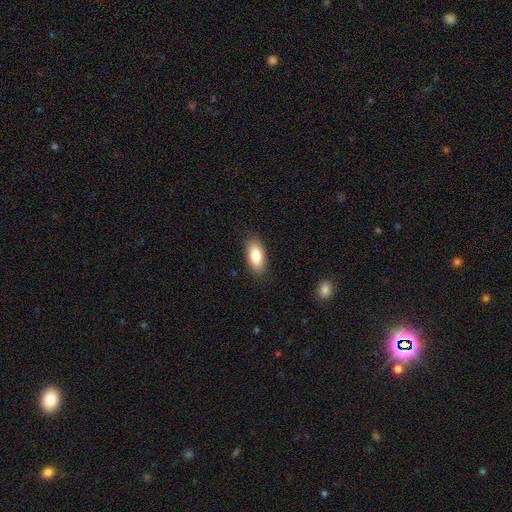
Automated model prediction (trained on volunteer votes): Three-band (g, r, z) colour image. It shows a smooth galaxy with no disk features (83%) that is in between round and cigar-shaped (87%). Merging: none (87%).